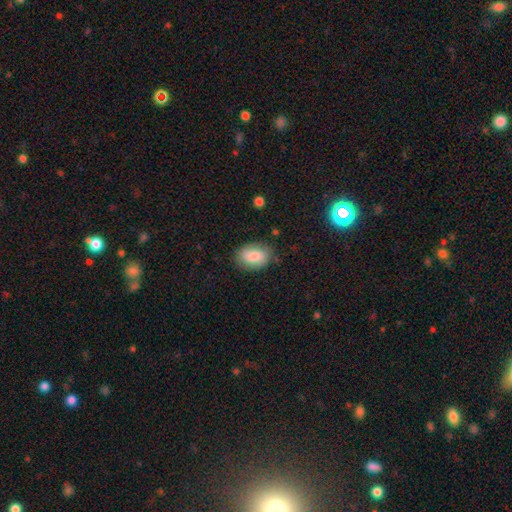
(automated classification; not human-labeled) Q: Smooth or featured?
A: smooth (85%); runner-up: featured or disk (8%)
Q: How rounded?
A: in between (85%); runner-up: round (13%)
Q: Merging?
A: none (78%); runner-up: minor disturbance (16%)